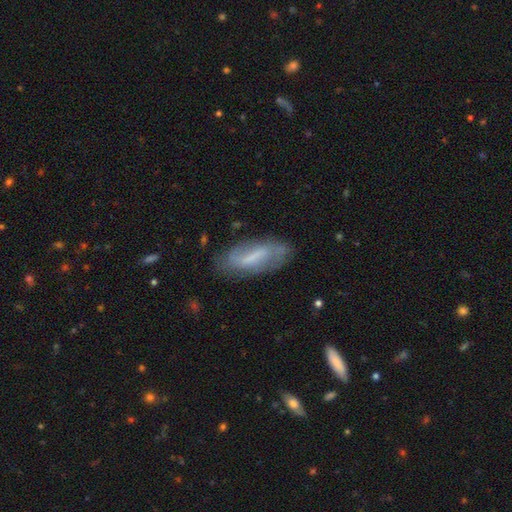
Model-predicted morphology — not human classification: A featured or disk galaxy (54%). Merging: none (74%).